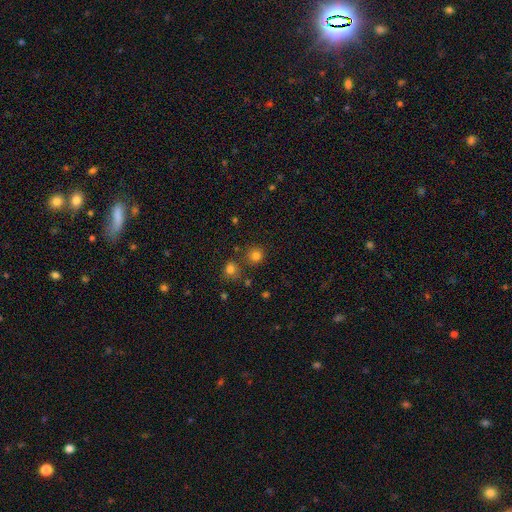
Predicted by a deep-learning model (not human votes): Smooth or featured?
  - smooth: 78% *
  - star or artifact: 16%
  - featured or disk: 6%
How rounded?
  - round: 91% *
  - in between: 8%
  - cigar-shaped: 1%
Merging?
  - none: 79% *
  - merger: 10%
  - minor disturbance: 8%
  - major disturbance: 3%